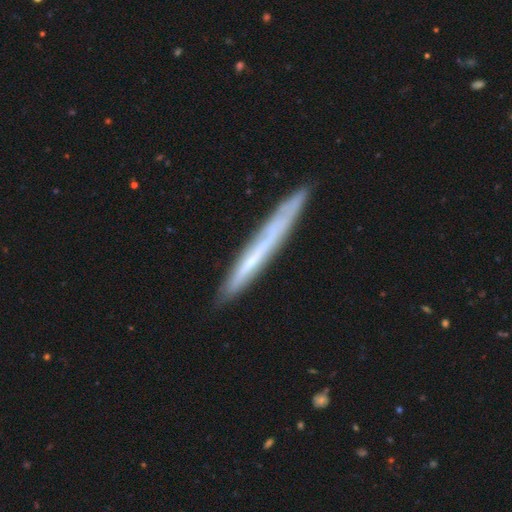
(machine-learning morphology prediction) smooth_or_featured: featured or disk (p=0.57) [alt: smooth p=0.36]
disk_edge_on: yes (p=0.88) [alt: no p=0.12]
merging: none (p=0.81) [alt: minor disturbance p=0.14]